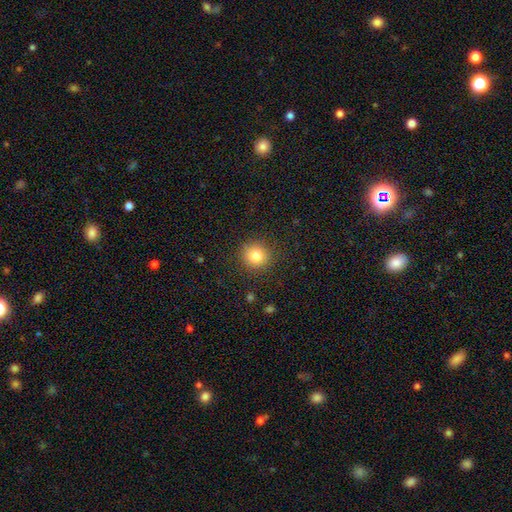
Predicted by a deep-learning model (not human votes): The model was most divided on "smooth or featured": smooth: 82%, star or artifact: 11%, featured or disk: 7%. More confident: how rounded — round (92%); merging — none (90%).